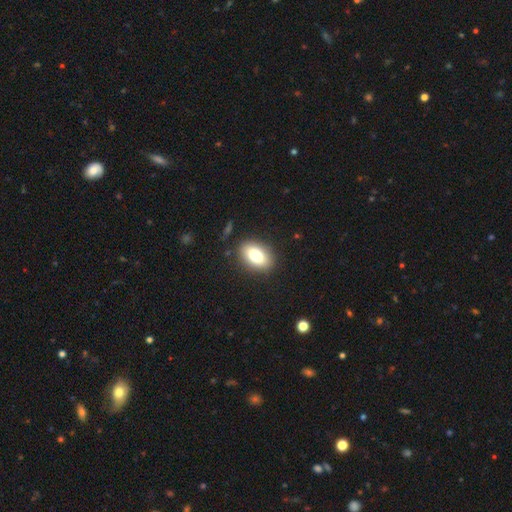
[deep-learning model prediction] This is likely a smooth galaxy (80%). How rounded: clearly in between (87%). Merging: clearly none (86%).